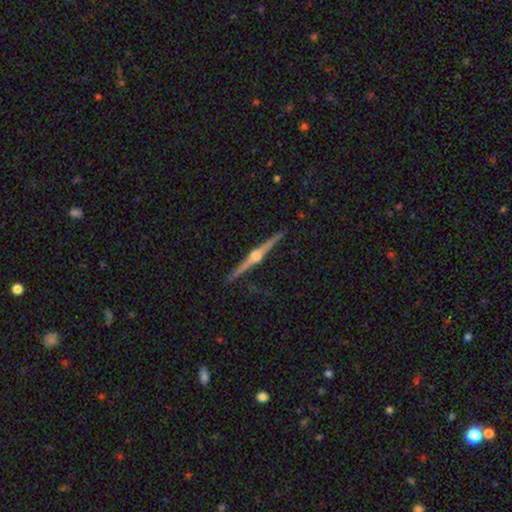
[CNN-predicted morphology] smooth-or-featured: featured or disk: 89% | smooth: 6% | star or artifact: 5%
  disk-edge-on: yes: 99% | no: 1%
    edge-on-bulge: rounded: 96% | boxy: 2% | none: 2%
  merging: none: 90% | minor disturbance: 7% | major disturbance: 1% | merger: 1%